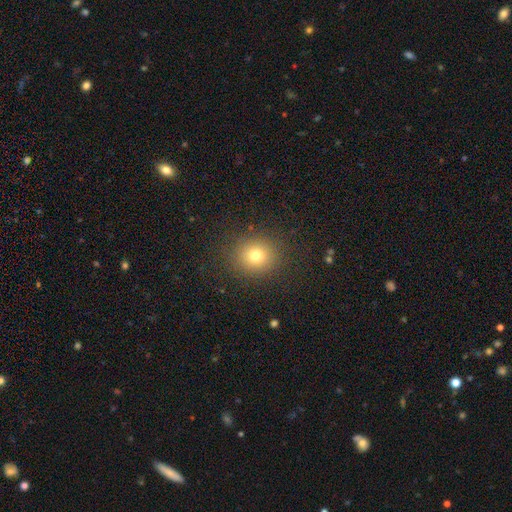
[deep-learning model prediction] This appears to be a smooth galaxy with no disk features (76%) that is round (83%). Merging: none (88%).